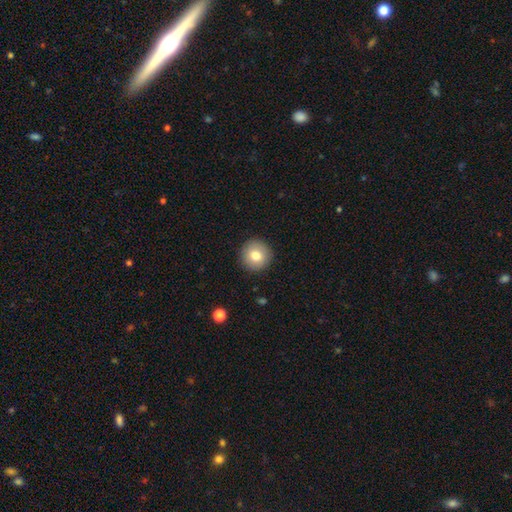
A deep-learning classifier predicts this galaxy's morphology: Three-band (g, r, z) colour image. It shows a smooth galaxy with no disk features (79%) that is round (95%). Merging: none (91%).